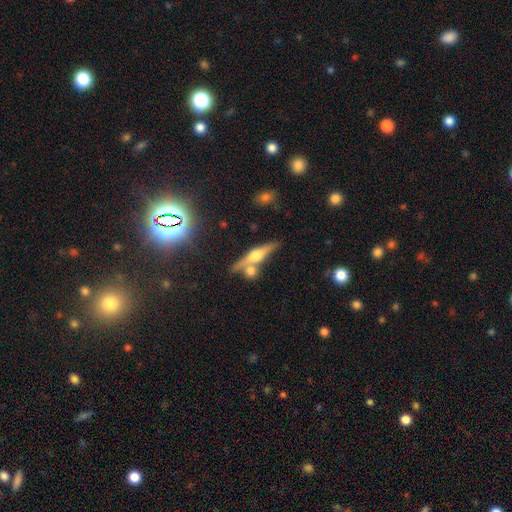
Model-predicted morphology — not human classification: Smooth or featured? featured or disk (66%)
Edge-on disk? yes (94%)
Edge-on bulge? rounded (92%)
Merging? none (63%)